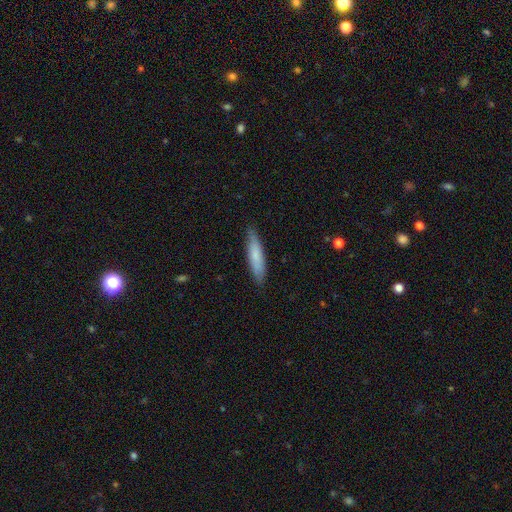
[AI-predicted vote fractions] smooth_or_featured: smooth (p=0.75) [alt: featured or disk p=0.19]
how_rounded: cigar-shaped (p=0.82) [alt: in between p=0.16]
merging: none (p=0.87) [alt: minor disturbance p=0.11]